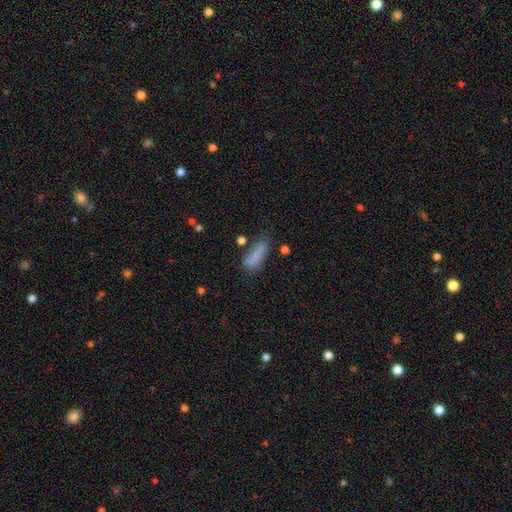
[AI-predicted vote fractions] Smooth or featured?
  - smooth: 78% *
  - featured or disk: 12%
  - star or artifact: 10%
How rounded?
  - cigar-shaped: 49% *
  - in between: 48%
  - round: 3%
Merging?
  - none: 50% *
  - minor disturbance: 28%
  - major disturbance: 15%
  - merger: 7%